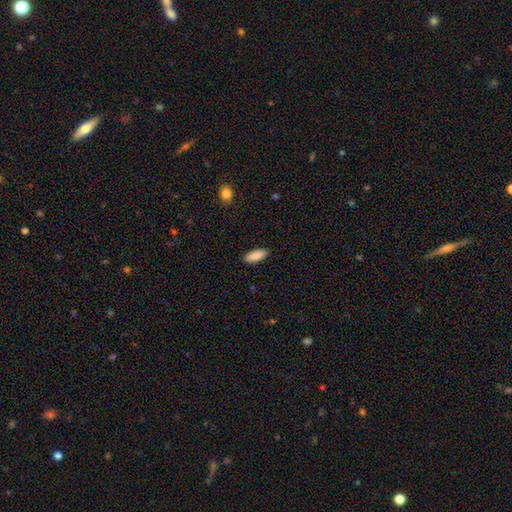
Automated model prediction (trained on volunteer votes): The model was most divided on "how rounded": in between: 73%, cigar-shaped: 25%, round: 2%. More confident: smooth or featured — smooth (89%); merging — none (88%).